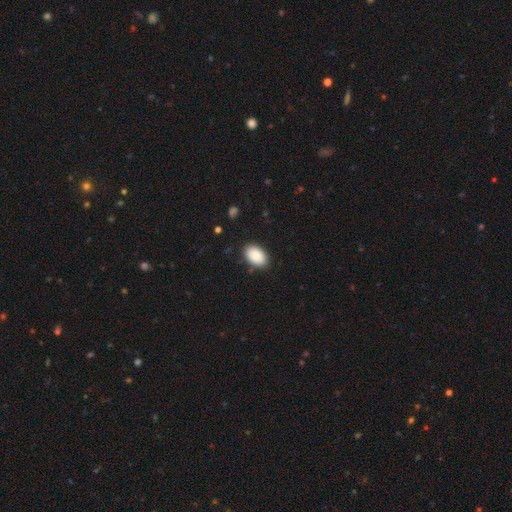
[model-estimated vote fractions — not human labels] Smooth or featured: smooth — 87% (star or artifact — 7%)
How rounded: in between — 90% (round — 9%)
Merging: none — 86% (minor disturbance — 11%)